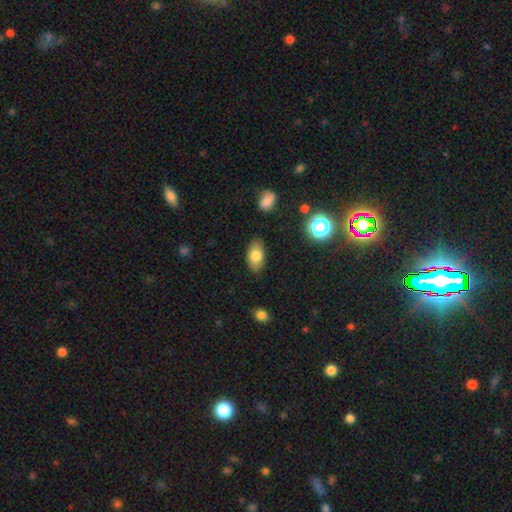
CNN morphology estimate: Q: Smooth or featured?
A: smooth (78%); runner-up: featured or disk (14%)
Q: How rounded?
A: in between (91%); runner-up: round (6%)
Q: Merging?
A: none (84%); runner-up: minor disturbance (12%)